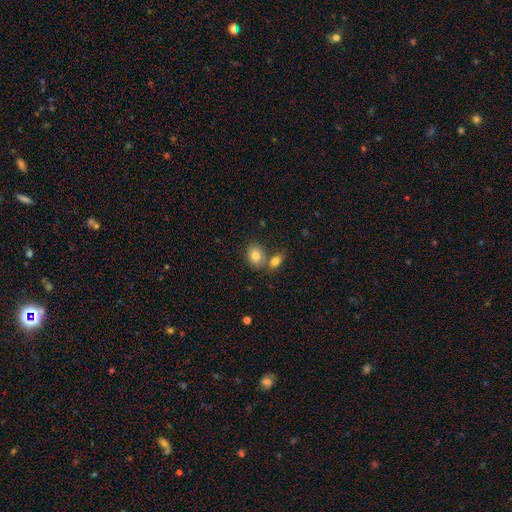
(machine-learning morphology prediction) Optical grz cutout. It shows a smooth galaxy with no disk features (81%) that is in between round and cigar-shaped (56%). Merging: none (54%).